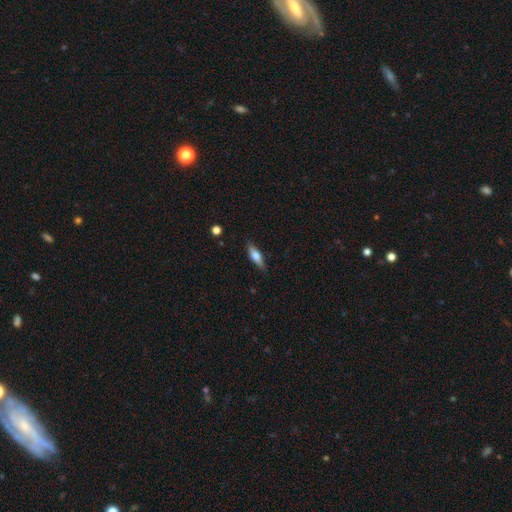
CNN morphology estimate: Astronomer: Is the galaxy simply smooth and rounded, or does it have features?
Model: smooth — 55% (runner-up: featured or disk, 39%).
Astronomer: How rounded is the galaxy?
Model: cigar-shaped — 53% (runner-up: in between, 44%).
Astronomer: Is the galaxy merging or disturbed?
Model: none — 85%.